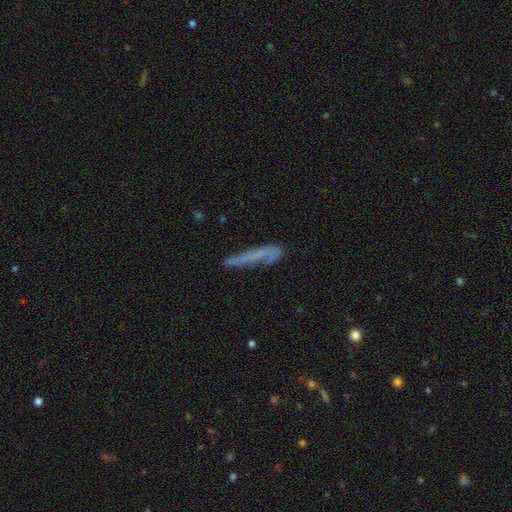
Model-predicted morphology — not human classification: This appears to be a smooth galaxy with no disk features (54%) that is cigar-shaped (93%). Merging: none (66%).